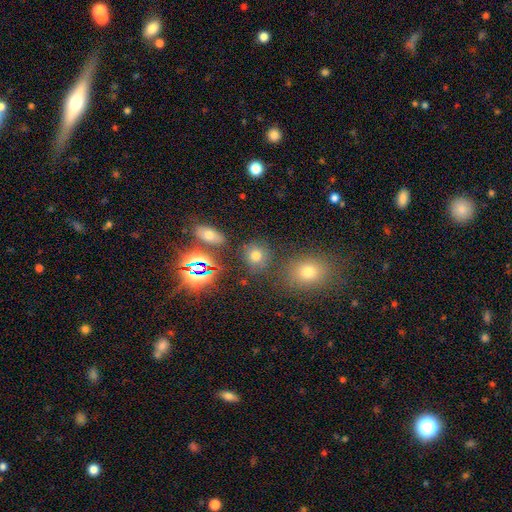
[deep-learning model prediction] This is likely a smooth galaxy (68%). How rounded: likely round (78%). Merging: likely none (78%).